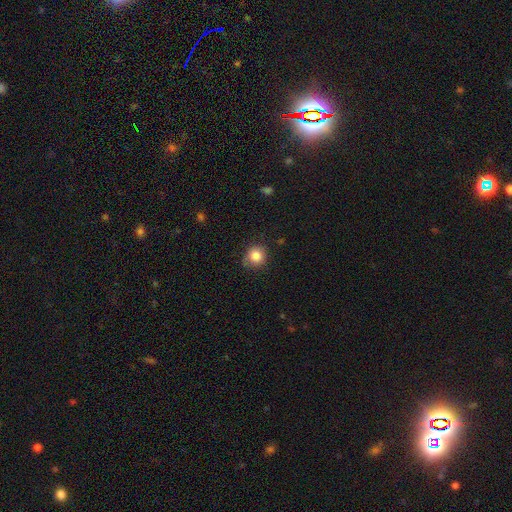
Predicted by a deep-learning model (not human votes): smooth 84%, star or artifact 10%, featured or disk 6%. Down the decision tree: how rounded — round (88%); merging — none (73%).